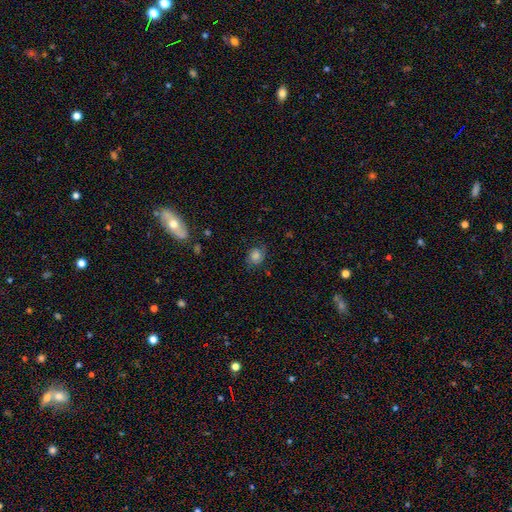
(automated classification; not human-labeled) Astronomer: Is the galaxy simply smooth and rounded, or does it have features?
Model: smooth — 65%.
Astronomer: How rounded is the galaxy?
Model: round — 63%.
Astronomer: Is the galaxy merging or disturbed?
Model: none — 70%.